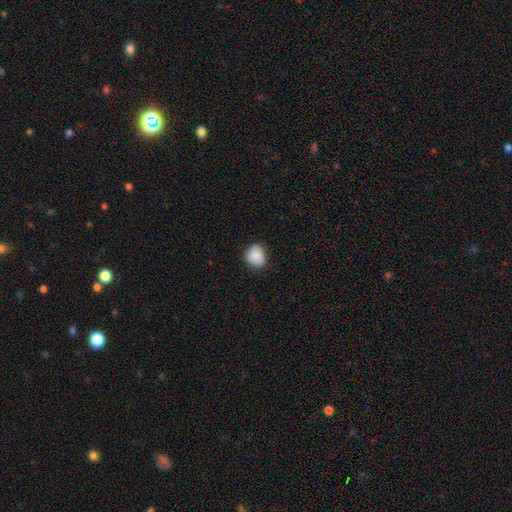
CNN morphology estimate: Smooth or featured? smooth (85%)
How rounded? round (64%)
Merging? none (75%)